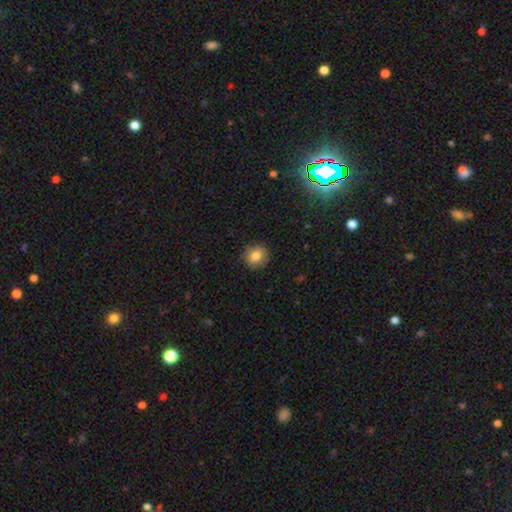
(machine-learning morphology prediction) smooth 82%, star or artifact 10%, featured or disk 9%. Down the decision tree: how rounded — round (84%); merging — none (87%).